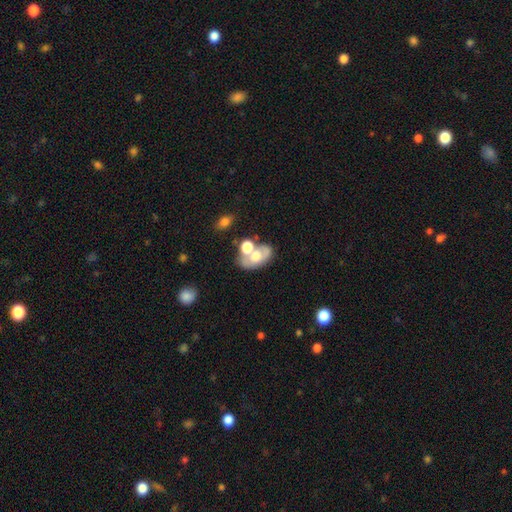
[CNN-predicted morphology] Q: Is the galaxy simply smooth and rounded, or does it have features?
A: smooth — 48%.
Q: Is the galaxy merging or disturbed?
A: none — 39%.